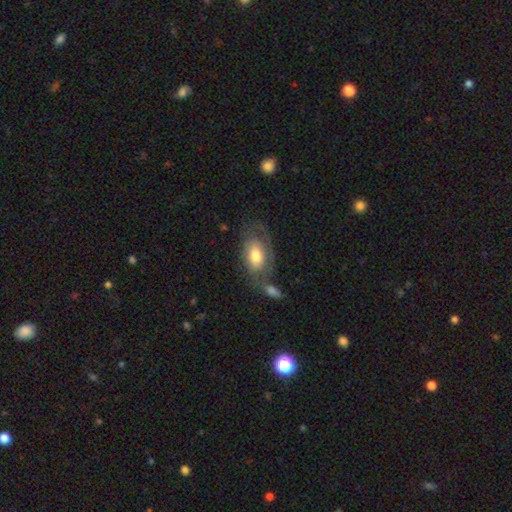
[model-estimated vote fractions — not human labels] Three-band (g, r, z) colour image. It shows a smooth galaxy with no disk features (53%) that is in between round and cigar-shaped (90%). Merging: none (43%).